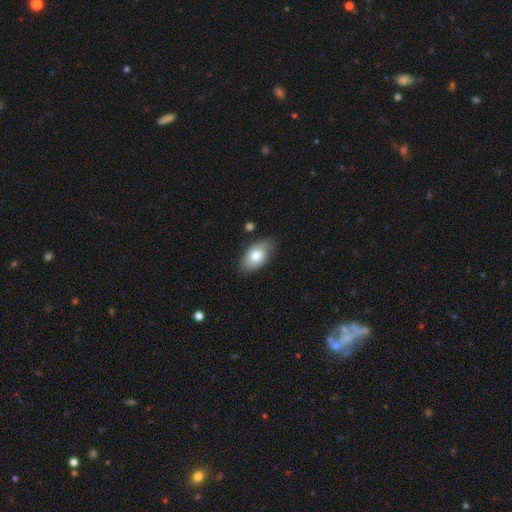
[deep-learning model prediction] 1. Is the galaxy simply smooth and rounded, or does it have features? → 77% smooth, 16% featured or disk, 7% star or artifact.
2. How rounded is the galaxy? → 93% in between, 5% round, 2% cigar-shaped.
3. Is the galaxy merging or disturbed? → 78% none, 17% minor disturbance, 3% major disturbance, 2% merger.